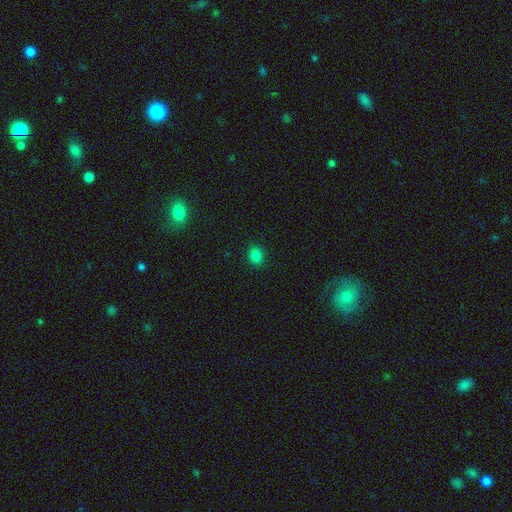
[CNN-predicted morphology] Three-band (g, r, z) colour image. It shows a smooth galaxy with no disk features (83%) that is round (51%). Merging: none (91%).